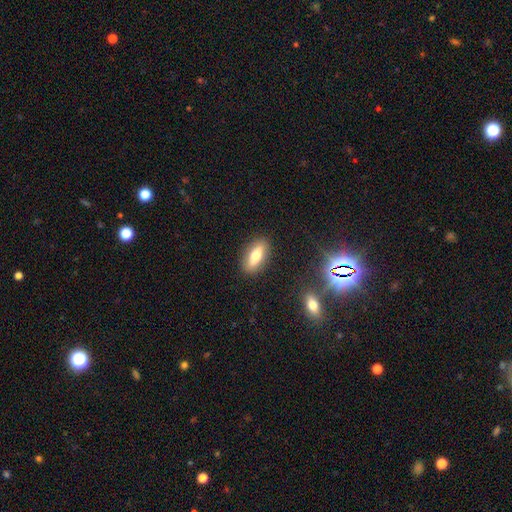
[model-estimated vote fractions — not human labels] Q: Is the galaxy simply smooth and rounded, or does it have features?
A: smooth — 65%.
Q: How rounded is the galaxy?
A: in between — 74%.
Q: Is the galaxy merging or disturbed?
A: none — 87%.